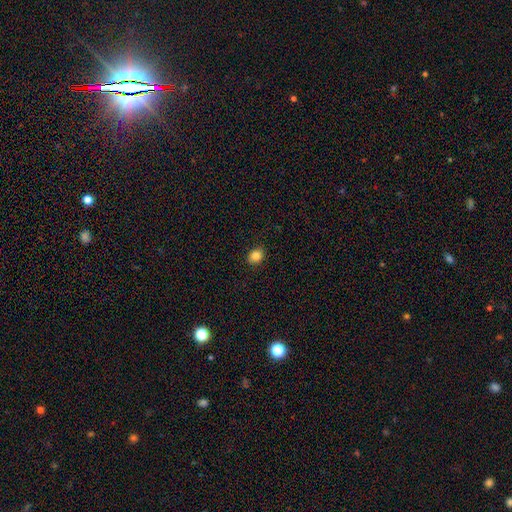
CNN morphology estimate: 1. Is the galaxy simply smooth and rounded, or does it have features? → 84% smooth, 11% star or artifact, 5% featured or disk.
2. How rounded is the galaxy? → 52% in between, 47% round, 1% cigar-shaped.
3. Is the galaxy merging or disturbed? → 89% none, 8% minor disturbance, 2% major disturbance, 1% merger.